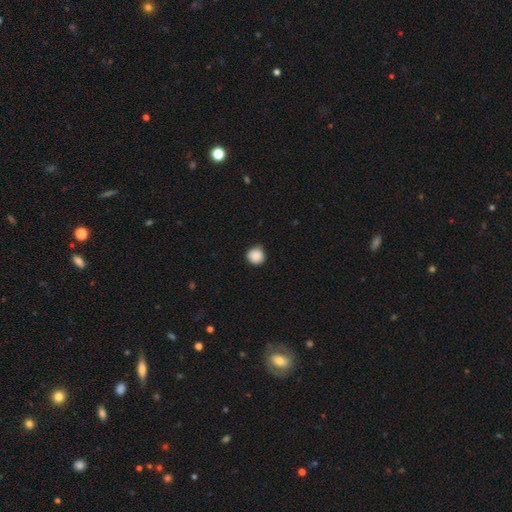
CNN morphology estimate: Overall: smooth (89%). How rounded: round (93%). Merging: none (87%).